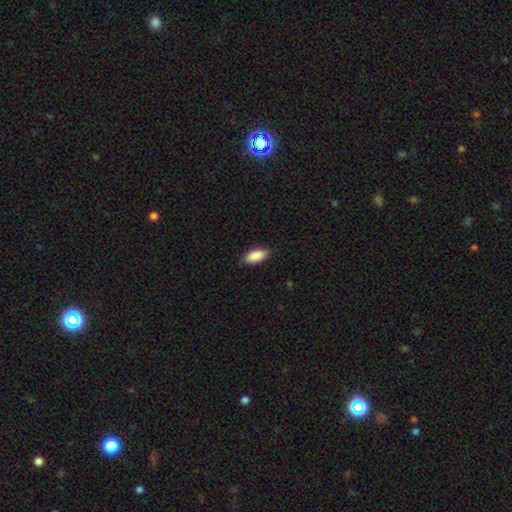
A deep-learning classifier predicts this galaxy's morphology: The model was most divided on "merging": none: 85%, minor disturbance: 12%, major disturbance: 2%, merger: 1%. More confident: smooth or featured — smooth (88%); how rounded — in between (88%).